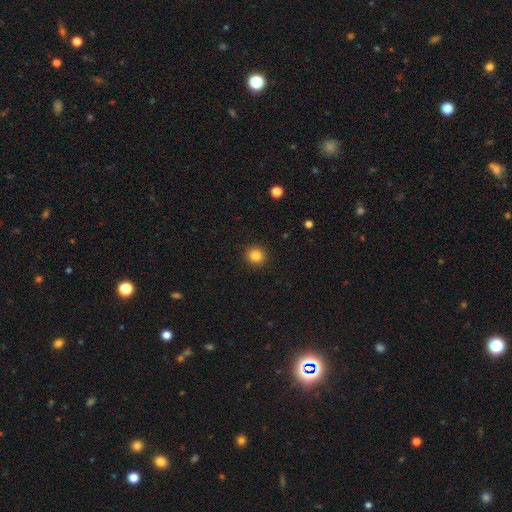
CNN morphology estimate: This is clearly a smooth galaxy (84%). How rounded: clearly round (94%). Merging: clearly none (92%).